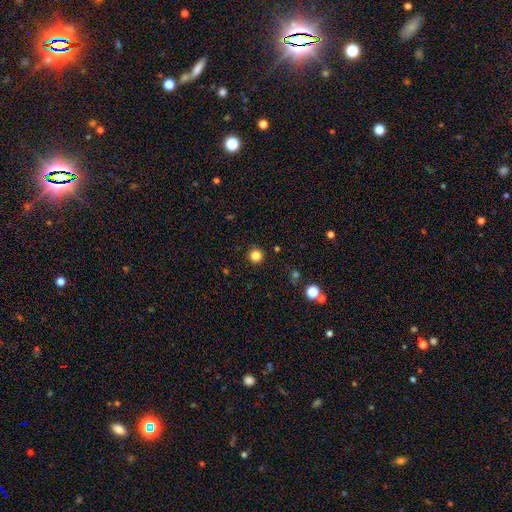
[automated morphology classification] Q: Smooth or featured?
A: smooth (84%); runner-up: star or artifact (12%)
Q: How rounded?
A: round (96%); runner-up: in between (3%)
Q: Merging?
A: none (92%); runner-up: minor disturbance (5%)